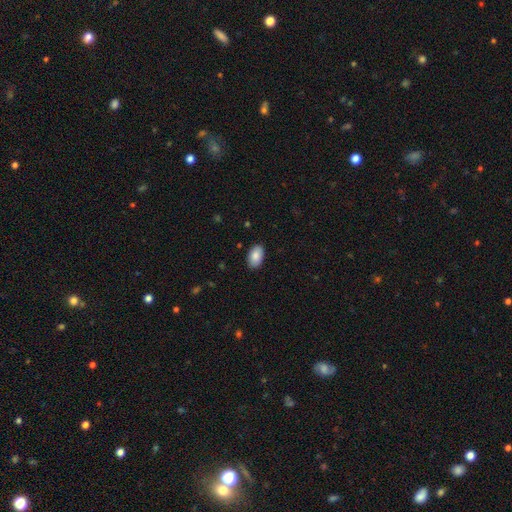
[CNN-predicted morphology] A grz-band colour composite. It shows a smooth galaxy with no disk features (87%) that is in between round and cigar-shaped (93%). Merging: none (87%).